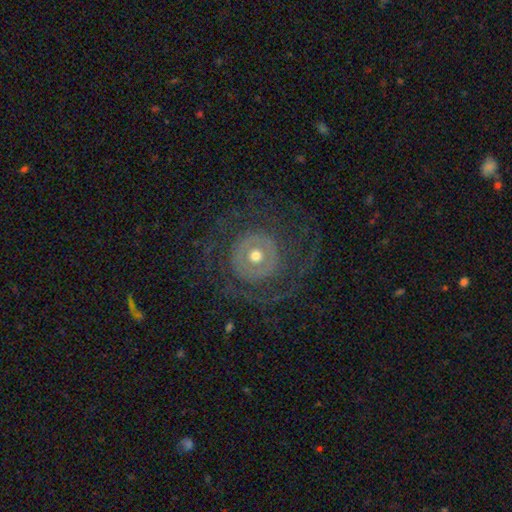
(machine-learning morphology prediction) Smooth or featured?
  - featured or disk: 67% *
  - smooth: 26%
  - star or artifact: 8%
Edge-on disk?
  - no: 96% *
  - yes: 4%
Bar?
  - no: 83% *
  - weak: 12%
  - strong: 5%
Spiral arms?
  - no: 53% *
  - yes: 47%
Bulge size?
  - moderate: 67% *
  - small: 23%
  - large: 7%
  - dominant: 1%
  - none: 1%
Merging?
  - none: 71% *
  - major disturbance: 15%
  - minor disturbance: 12%
  - merger: 1%